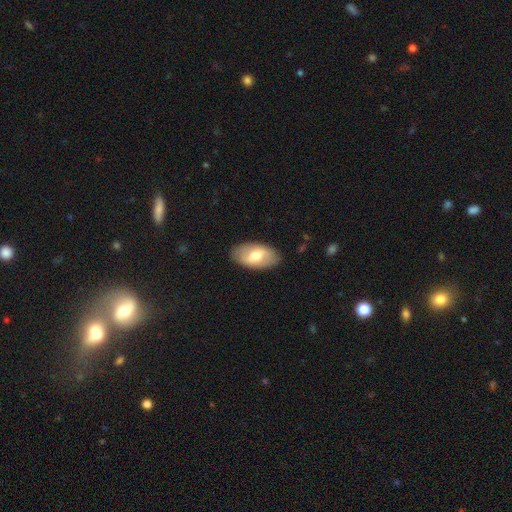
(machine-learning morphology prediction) The model was most divided on "smooth or featured": smooth: 56%, featured or disk: 38%, star or artifact: 6%. More confident: how rounded — in between (94%); merging — none (86%).